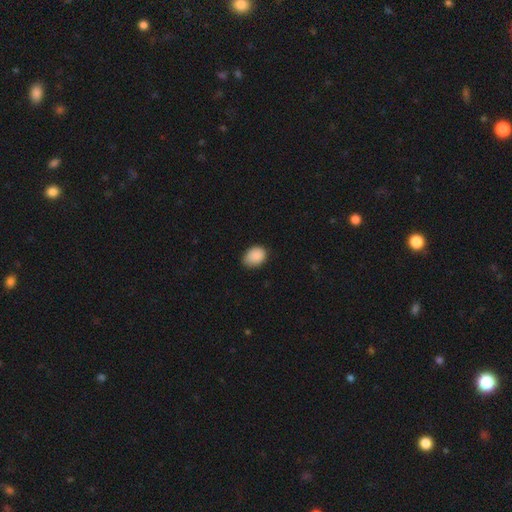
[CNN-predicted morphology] This appears to be a smooth galaxy with no disk features (88%) that is in between round and cigar-shaped (64%). Merging: none (69%).